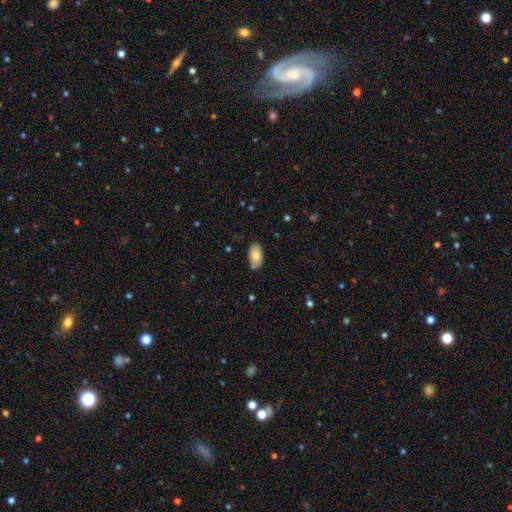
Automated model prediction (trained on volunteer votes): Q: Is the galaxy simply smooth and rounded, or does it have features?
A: smooth — 82%.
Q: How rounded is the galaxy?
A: in between — 95%.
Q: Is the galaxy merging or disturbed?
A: none — 78%.